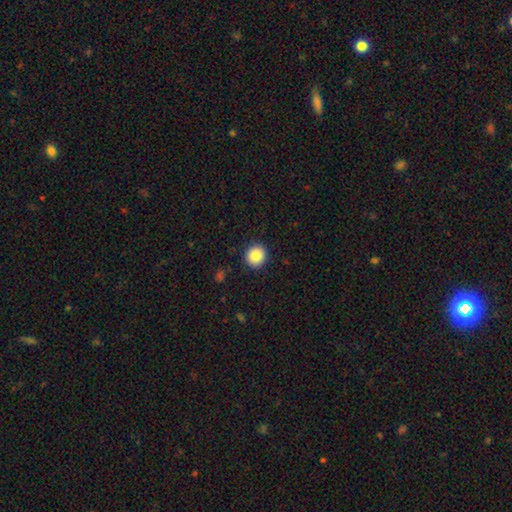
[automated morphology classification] Q: Smooth or featured?
A: smooth (86%); runner-up: star or artifact (9%)
Q: How rounded?
A: round (91%); runner-up: in between (8%)
Q: Merging?
A: none (91%); runner-up: minor disturbance (6%)